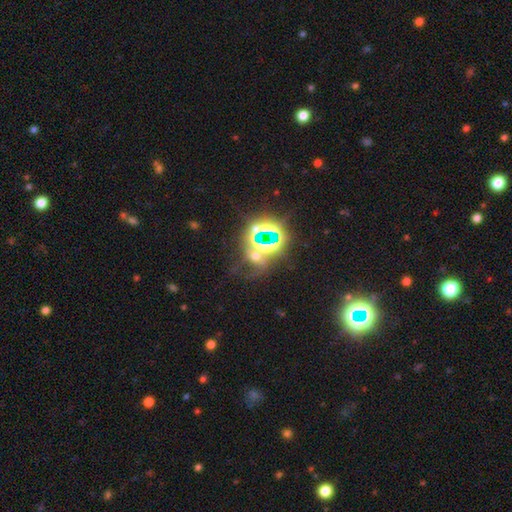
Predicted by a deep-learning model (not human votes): star or artifact 69%, smooth 18%, featured or disk 13%.